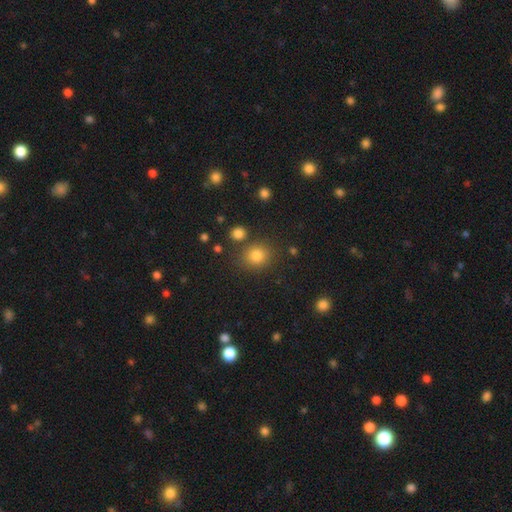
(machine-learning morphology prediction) The model was most divided on "how rounded": round: 78%, in between: 21%, cigar-shaped: 1%. More confident: smooth or featured — smooth (82%); merging — none (80%).